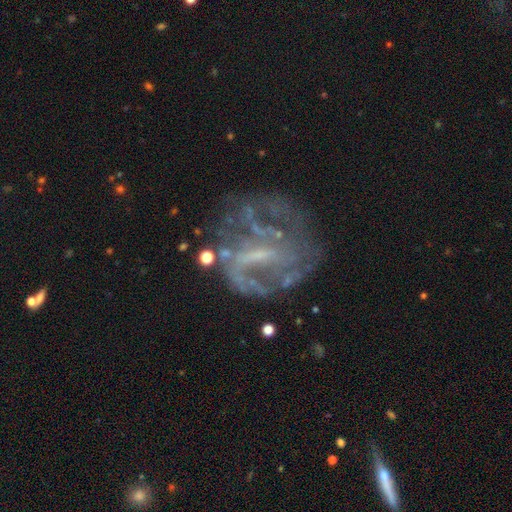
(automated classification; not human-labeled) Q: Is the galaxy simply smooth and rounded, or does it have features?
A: featured or disk — 72%.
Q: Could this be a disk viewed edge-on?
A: no — 97%.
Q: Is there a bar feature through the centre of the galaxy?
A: weak — 42%.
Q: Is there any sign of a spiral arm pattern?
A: no — 50%, tied with yes.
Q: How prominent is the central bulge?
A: none — 45%.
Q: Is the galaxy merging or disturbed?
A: none — 52%.